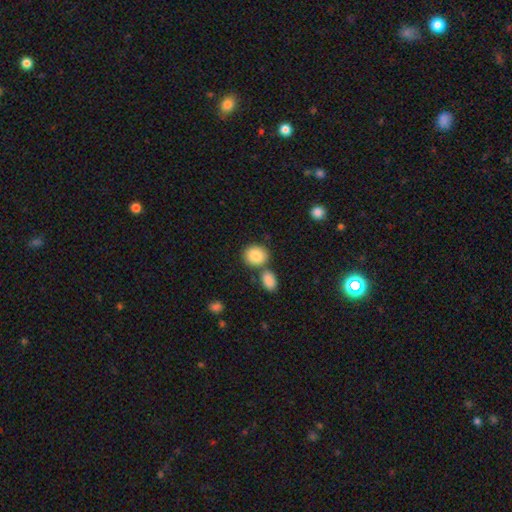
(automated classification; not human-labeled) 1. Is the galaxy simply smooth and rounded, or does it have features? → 87% smooth, 7% star or artifact, 6% featured or disk.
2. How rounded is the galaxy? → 59% round, 39% in between, 1% cigar-shaped.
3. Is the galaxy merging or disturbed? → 61% none, 26% merger, 10% minor disturbance, 3% major disturbance.